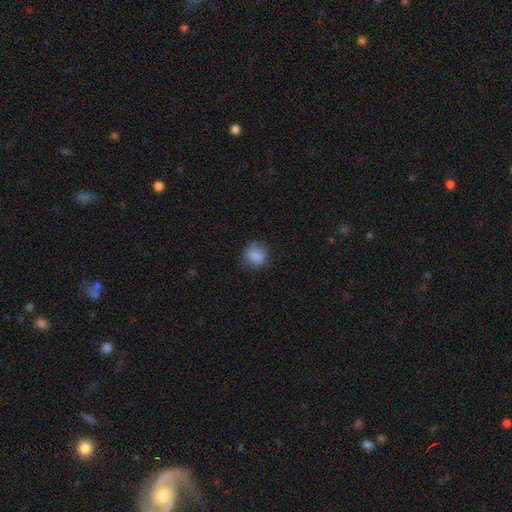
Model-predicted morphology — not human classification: smooth 82%, featured or disk 9%, star or artifact 9%. Down the decision tree: how rounded — round (66%); merging — none (72%).